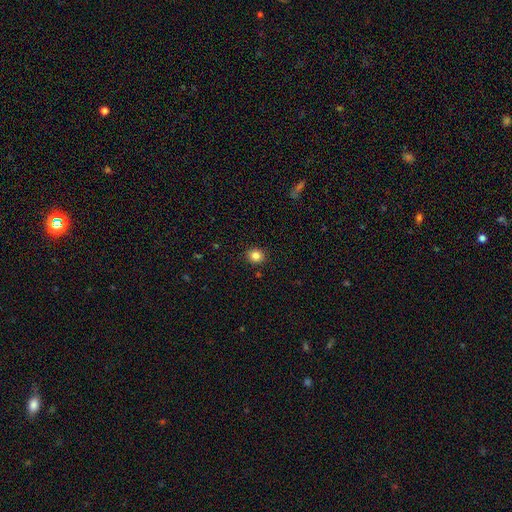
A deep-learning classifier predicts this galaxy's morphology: smooth 84%, star or artifact 11%, featured or disk 5%. Down the decision tree: how rounded — round (81%); merging — none (90%).